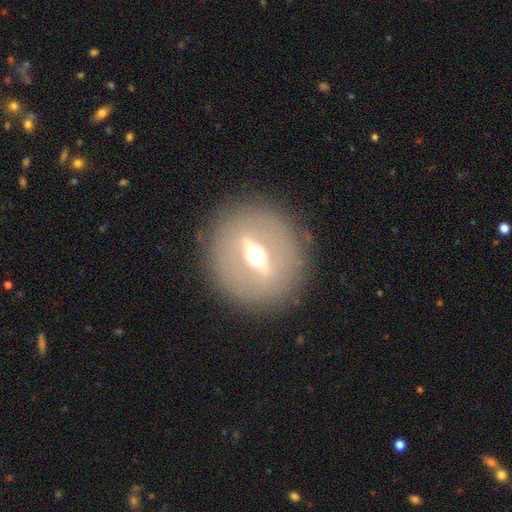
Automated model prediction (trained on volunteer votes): Smooth or featured? Predicted: featured or disk (p=0.73). Edge-on disk? Predicted: no (p=0.50, tied with yes). Merging? Predicted: none (p=0.88).